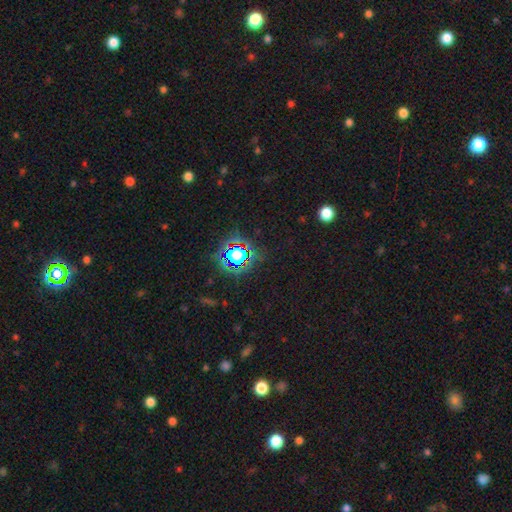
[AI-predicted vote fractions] Q: Smooth or featured?
A: star or artifact (78%); runner-up: smooth (13%)